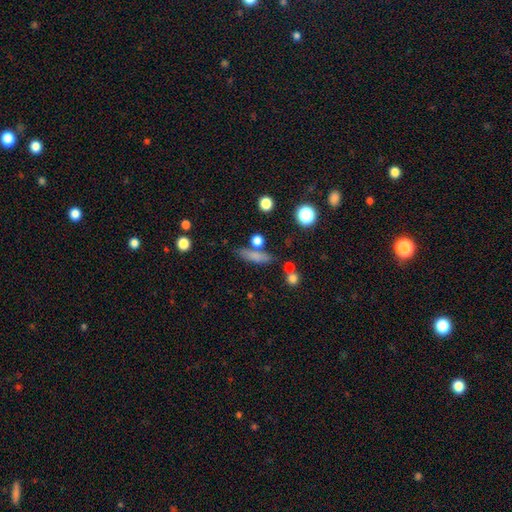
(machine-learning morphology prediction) smooth_or_featured: smooth (p=0.71) [alt: featured or disk p=0.18]
how_rounded: cigar-shaped (p=0.71) [alt: in between p=0.24]
merging: none (p=0.71) [alt: minor disturbance p=0.13]